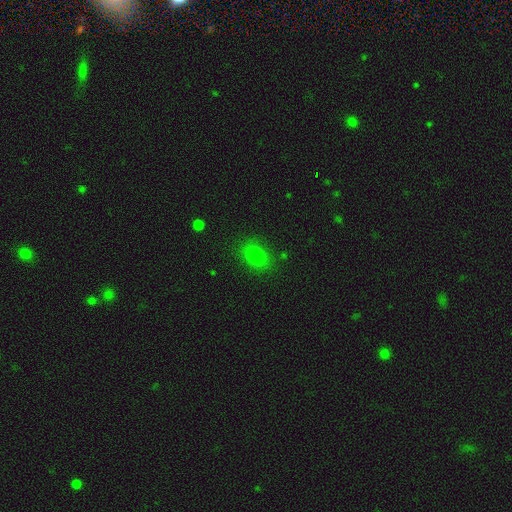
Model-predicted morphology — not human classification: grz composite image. It shows a smooth galaxy with no disk features (79%) that is in between round and cigar-shaped (62%). Merging: none (84%).